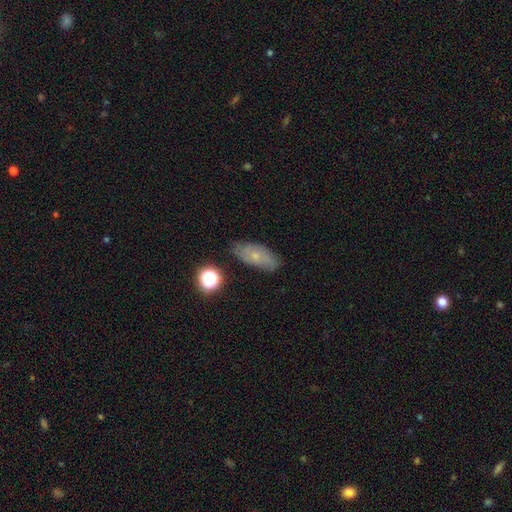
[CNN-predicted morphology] smooth 55%, featured or disk 34%, star or artifact 11%. Down the decision tree: how rounded — in between (83%); merging — none (75%).